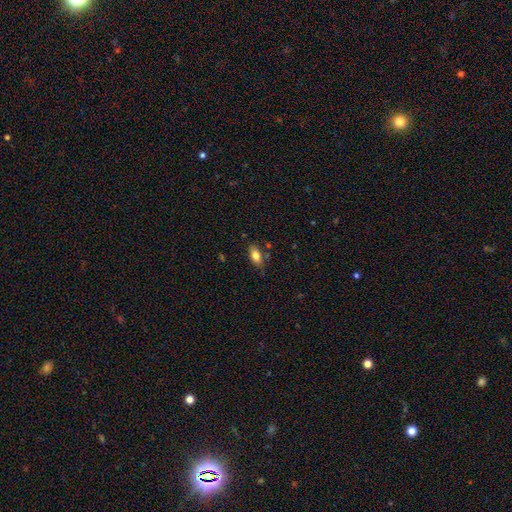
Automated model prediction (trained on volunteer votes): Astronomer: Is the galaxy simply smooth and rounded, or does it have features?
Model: smooth — 79%.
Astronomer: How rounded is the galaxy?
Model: in between — 87%.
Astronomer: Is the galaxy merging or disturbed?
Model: none — 73%.